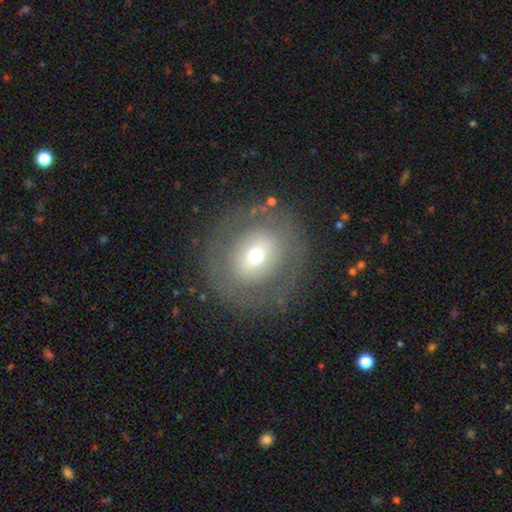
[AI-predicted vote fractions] Smooth or featured?
  - smooth: 50% *
  - featured or disk: 40%
  - star or artifact: 10%
Merging?
  - none: 81% *
  - minor disturbance: 10%
  - major disturbance: 7%
  - merger: 1%